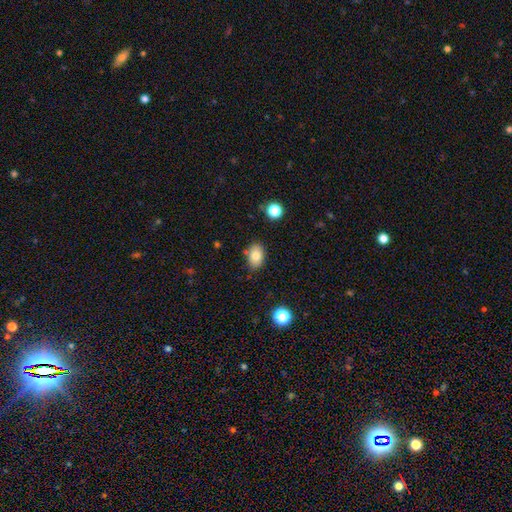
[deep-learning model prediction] Smooth or featured: smooth — 80% (featured or disk — 10%)
How rounded: in between — 81% (round — 17%)
Merging: none — 80% (minor disturbance — 14%)